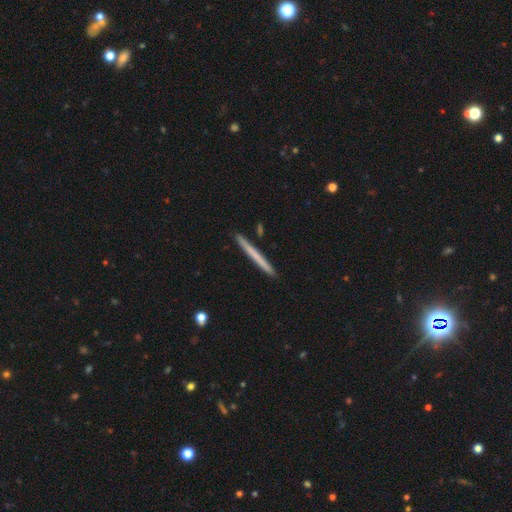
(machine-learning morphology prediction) smooth-or-featured: smooth: 58% | featured or disk: 37% | star or artifact: 5%
  how-rounded: cigar-shaped: 97% | in between: 1% | round: 1%
  merging: none: 92% | minor disturbance: 6% | merger: 2% | major disturbance: 1%